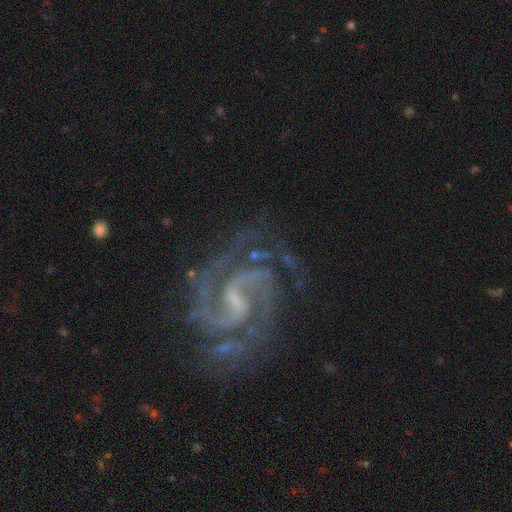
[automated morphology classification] This appears to be a featured or disk galaxy (92%) with a weak bar (55%), 2 (78%) medium (60%) spiral arms (98%) and a small central bulge (56%). Merging: none (64%).